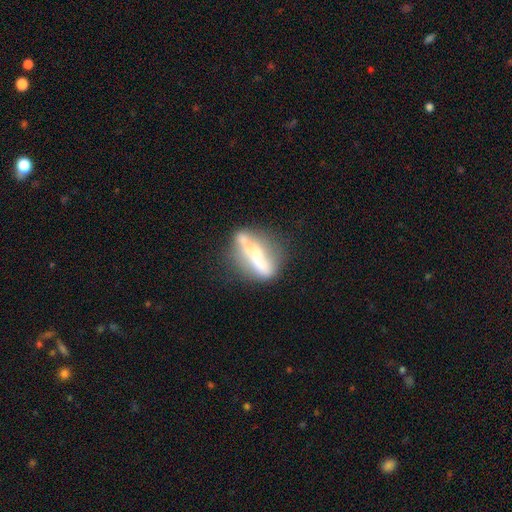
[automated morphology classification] A featured or disk galaxy (56%).

Vote fractions:
- Smooth or featured? featured or disk: 56% / smooth: 35% / star or artifact: 9%
- Edge-on disk? no: 56% / yes: 44%
- Merging? none: 50% / minor disturbance: 21% / merger: 15% / major disturbance: 14%